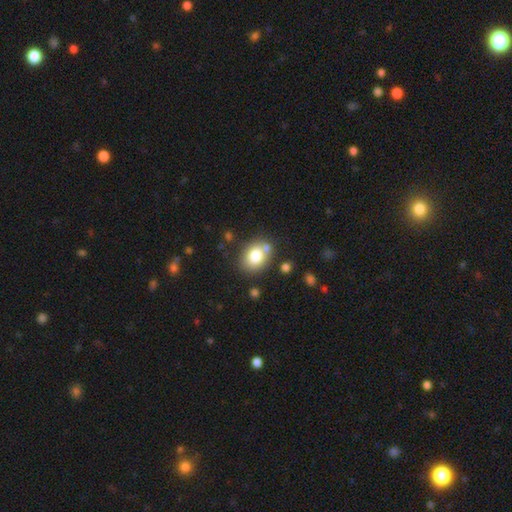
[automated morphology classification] Smooth or featured? smooth (78%)
How rounded? in between (51%)
Merging? none (70%)